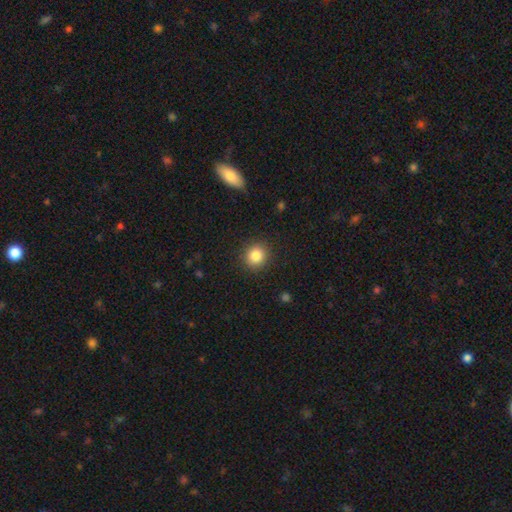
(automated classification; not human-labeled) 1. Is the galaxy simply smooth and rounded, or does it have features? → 84% smooth, 10% star or artifact, 6% featured or disk.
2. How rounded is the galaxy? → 88% round, 11% in between, 1% cigar-shaped.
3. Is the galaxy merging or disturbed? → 90% none, 6% minor disturbance, 2% major disturbance, 1% merger.